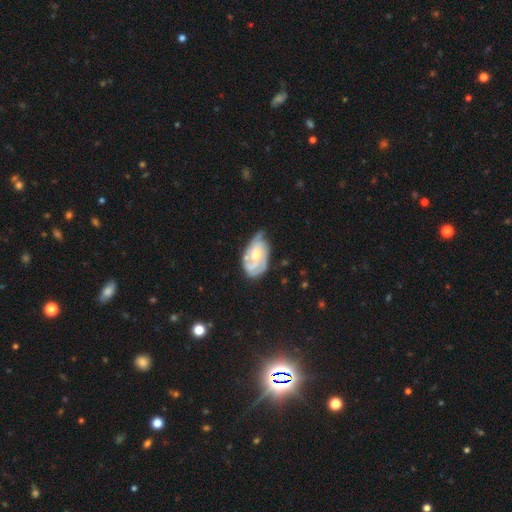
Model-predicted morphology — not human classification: featured or disk 80%, smooth 15%, star or artifact 5%. Down the decision tree: edge-on disk — no (97%); bar — no (63%); spiral arms — yes (93%); spiral arm count — 2 (32%); spiral winding — tight (56%); bulge size — moderate (61%); merging — none (51%).